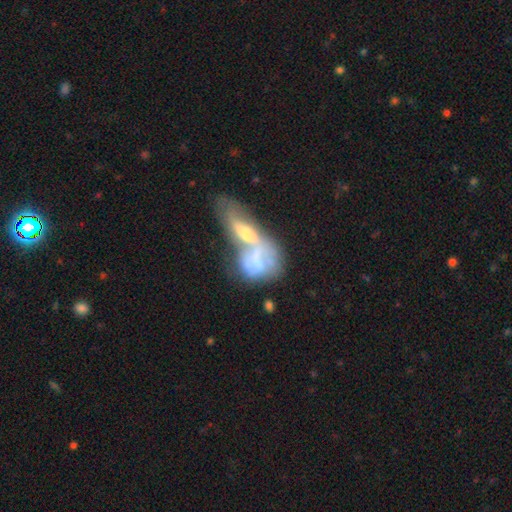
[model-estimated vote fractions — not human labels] Morphology: type=featured or disk (50%); merging=merger (67%).